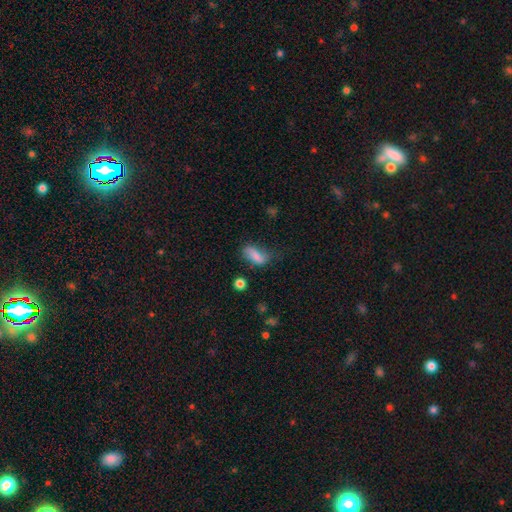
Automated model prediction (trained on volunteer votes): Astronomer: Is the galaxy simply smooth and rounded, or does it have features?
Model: smooth — 76%.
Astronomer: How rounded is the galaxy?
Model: in between — 84%.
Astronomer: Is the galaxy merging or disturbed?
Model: none — 46% (runner-up: minor disturbance, 32%).